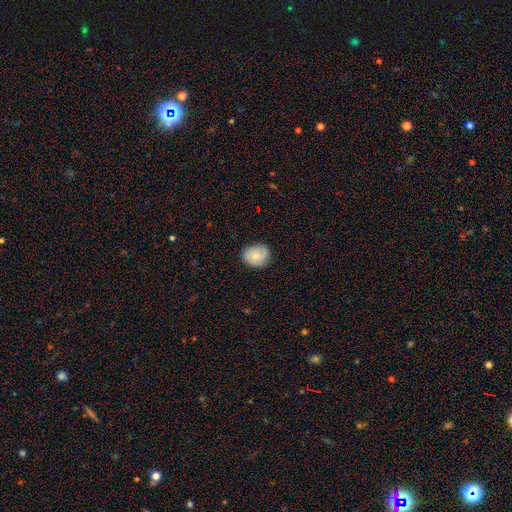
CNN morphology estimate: type=smooth (75%); roundness=round (66%); merging=none (80%).